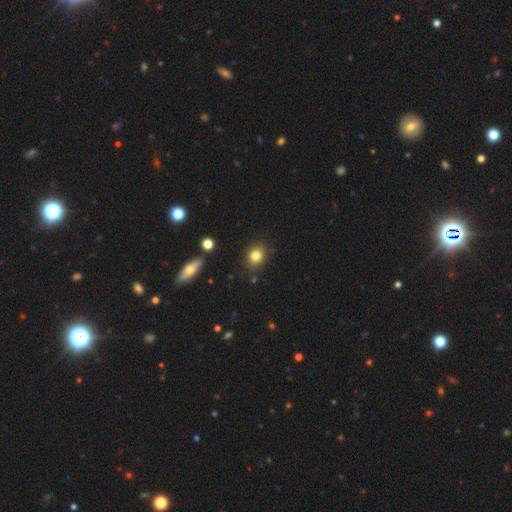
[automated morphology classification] Smooth or featured?
  - smooth: 82% *
  - star or artifact: 11%
  - featured or disk: 7%
How rounded?
  - round: 62% *
  - in between: 36%
  - cigar-shaped: 1%
Merging?
  - none: 85% *
  - minor disturbance: 10%
  - merger: 3%
  - major disturbance: 3%